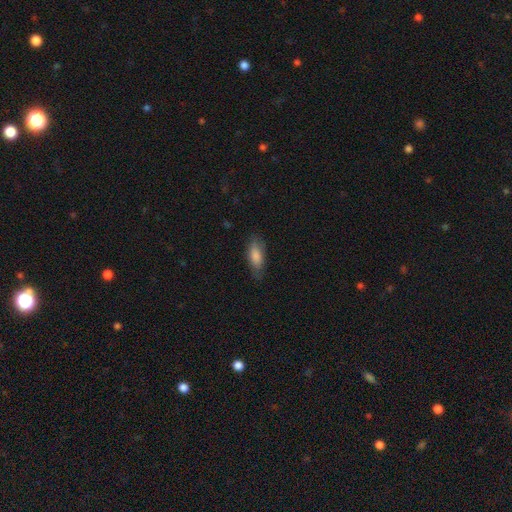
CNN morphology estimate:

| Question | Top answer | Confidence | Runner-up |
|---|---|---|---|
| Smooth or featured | smooth | 82% | featured or disk (12%) |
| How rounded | in between | 74% | cigar-shaped (24%) |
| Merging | none | 76% | minor disturbance (19%) |